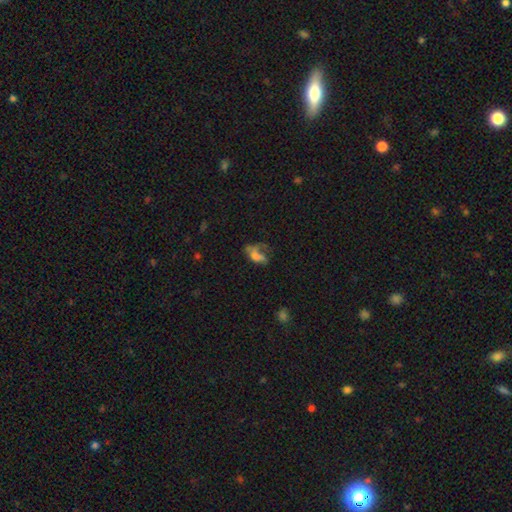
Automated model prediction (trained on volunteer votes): Morphology: type=smooth (50%); roundness=in between (83%); merging=major disturbance (48%).